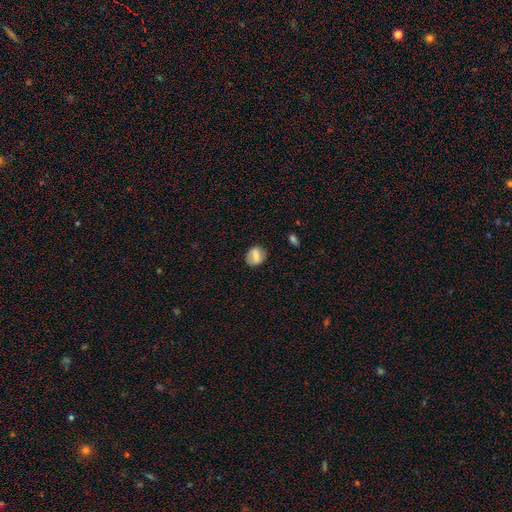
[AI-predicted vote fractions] Smooth or featured? Predicted: smooth (p=0.60). How rounded? Predicted: round (p=0.50). Merging? Predicted: none (p=0.81).